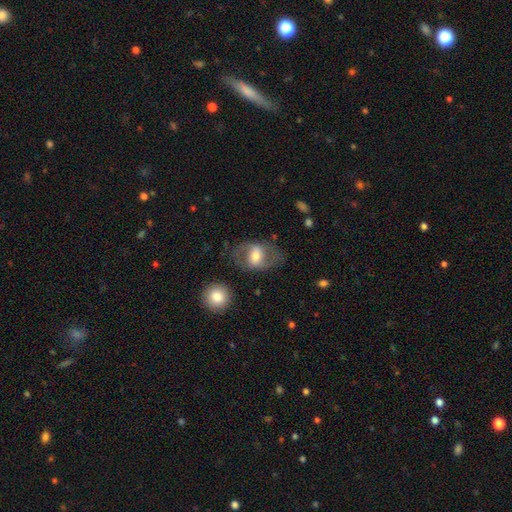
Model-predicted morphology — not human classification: A featured or disk galaxy (51%).

Vote fractions:
- Smooth or featured? featured or disk: 51% / smooth: 42% / star or artifact: 7%
- Edge-on disk? no: 92% / yes: 8%
- Merging? none: 64% / minor disturbance: 17% / major disturbance: 16% / merger: 3%